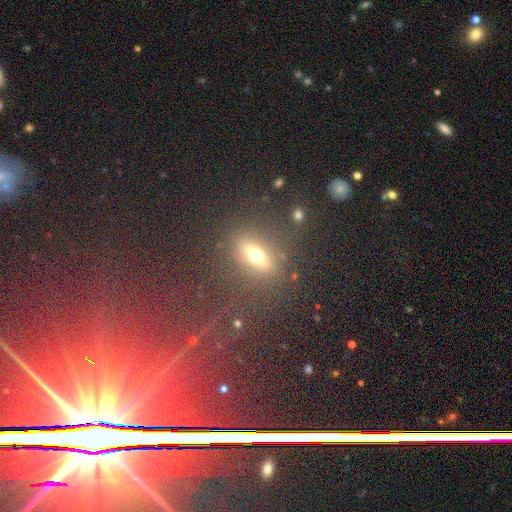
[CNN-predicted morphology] smooth_or_featured: smooth (p=0.56) [alt: featured or disk p=0.26]
how_rounded: in between (p=0.61) [alt: cigar-shaped p=0.23]
merging: none (p=0.79) [alt: minor disturbance p=0.11]